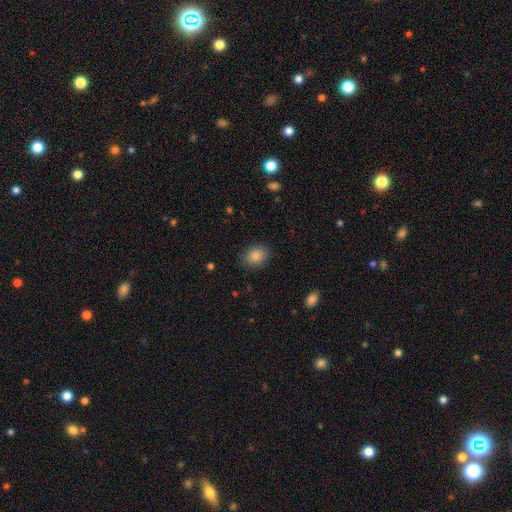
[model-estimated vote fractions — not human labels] This is clearly a smooth galaxy (87%). How rounded: possibly in between (56%). Merging: clearly none (85%).